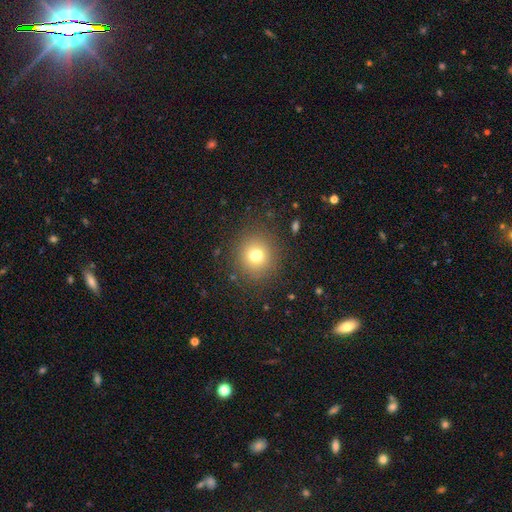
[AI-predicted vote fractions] Smooth or featured: smooth — 74% (star or artifact — 15%)
How rounded: round — 91% (in between — 8%)
Merging: none — 87% (minor disturbance — 8%)